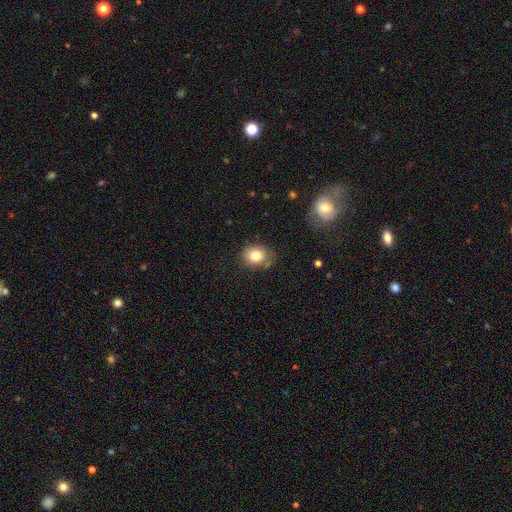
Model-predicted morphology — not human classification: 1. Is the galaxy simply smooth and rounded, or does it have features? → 79% smooth, 10% star or artifact, 10% featured or disk.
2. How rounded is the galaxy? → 63% round, 37% in between, 1% cigar-shaped.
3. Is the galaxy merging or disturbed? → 74% none, 18% minor disturbance, 5% major disturbance, 3% merger.